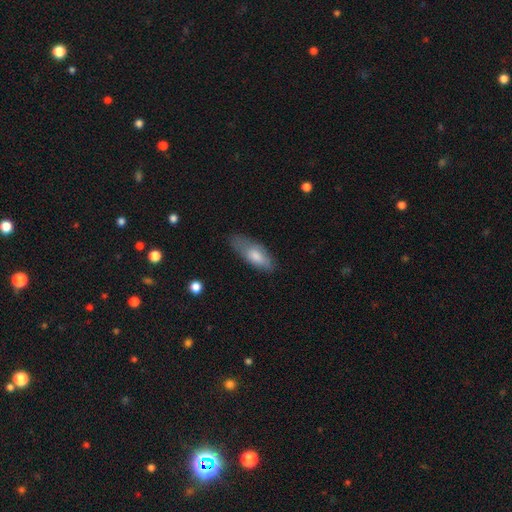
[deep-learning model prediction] smooth 74%, featured or disk 20%, star or artifact 6%. Down the decision tree: how rounded — in between (73%); merging — none (63%).